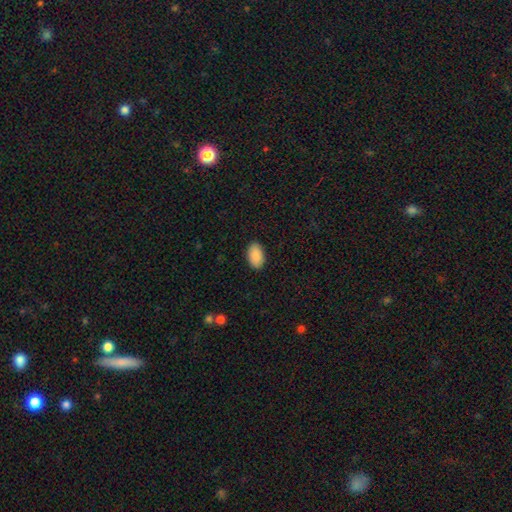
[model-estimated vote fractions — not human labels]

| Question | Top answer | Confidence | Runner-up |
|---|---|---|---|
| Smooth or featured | smooth | 90% | star or artifact (6%) |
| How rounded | in between | 94% | round (4%) |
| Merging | none | 89% | minor disturbance (8%) |